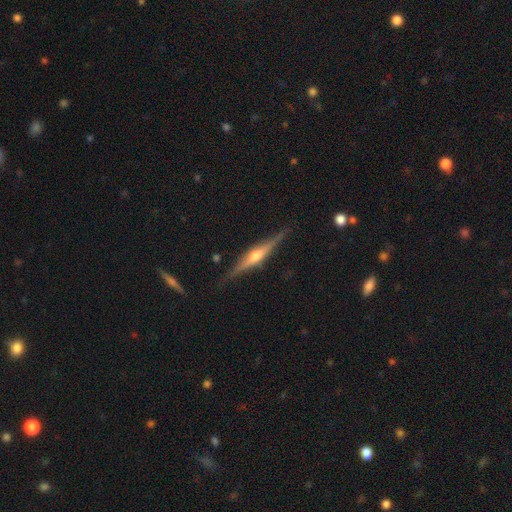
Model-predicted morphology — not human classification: Smooth or featured: featured or disk — 78% (smooth — 16%)
Edge-on disk: yes — 98% (no — 2%)
Edge-on bulge: rounded — 88% (boxy — 7%)
Merging: none — 87% (minor disturbance — 9%)